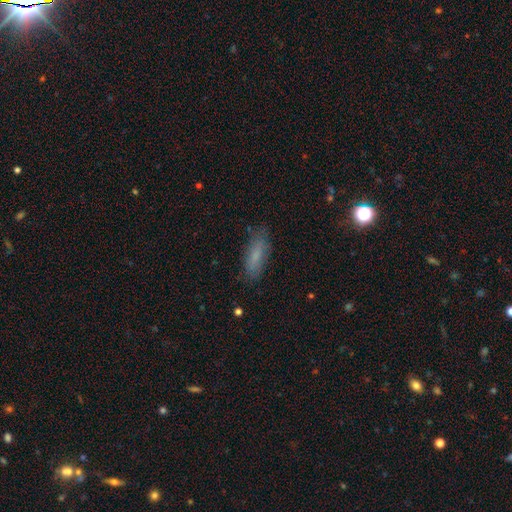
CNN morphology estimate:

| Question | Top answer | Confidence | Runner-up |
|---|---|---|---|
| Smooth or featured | smooth | 73% | featured or disk (18%) |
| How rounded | in between | 56% | cigar-shaped (42%) |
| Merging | none | 79% | minor disturbance (15%) |